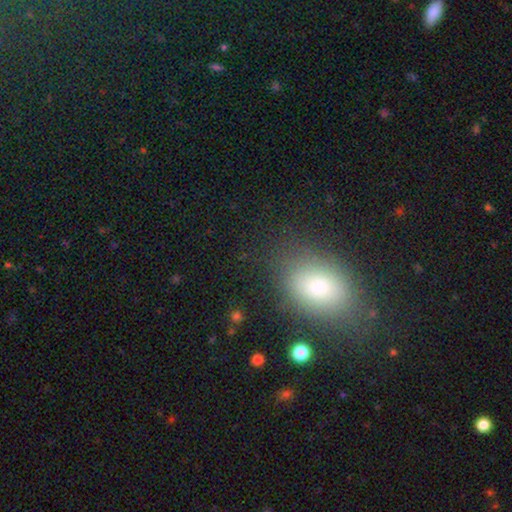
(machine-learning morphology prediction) smooth-or-featured: smooth: 76% | star or artifact: 14% | featured or disk: 10%
  how-rounded: in between: 80% | round: 17% | cigar-shaped: 2%
  merging: none: 78% | minor disturbance: 15% | major disturbance: 5% | merger: 2%